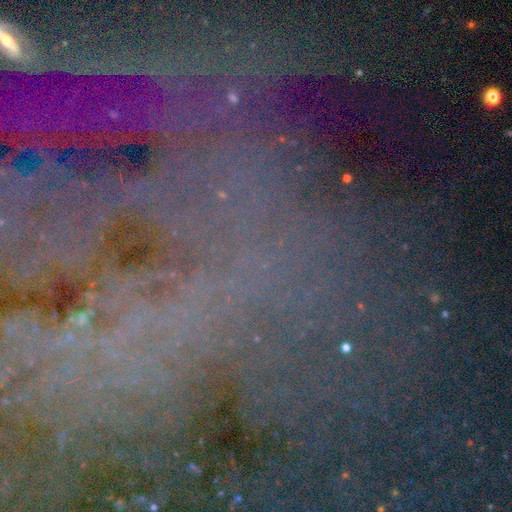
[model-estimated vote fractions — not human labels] Smooth or featured?
  - star or artifact: 69% *
  - featured or disk: 20%
  - smooth: 10%